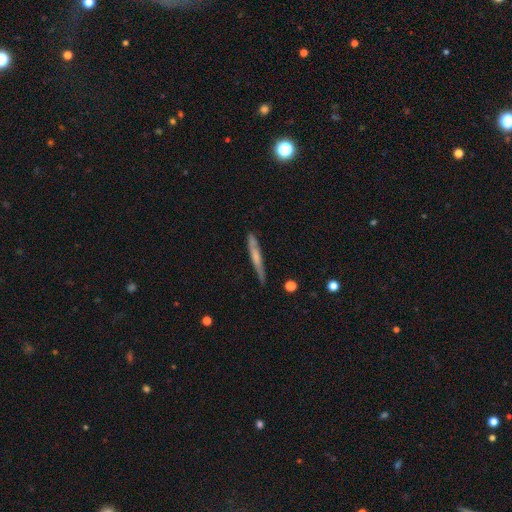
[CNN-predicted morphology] Q: Smooth or featured?
A: smooth (51%); runner-up: featured or disk (43%)
Q: How rounded?
A: cigar-shaped (95%); runner-up: in between (4%)
Q: Merging?
A: none (77%); runner-up: minor disturbance (18%)